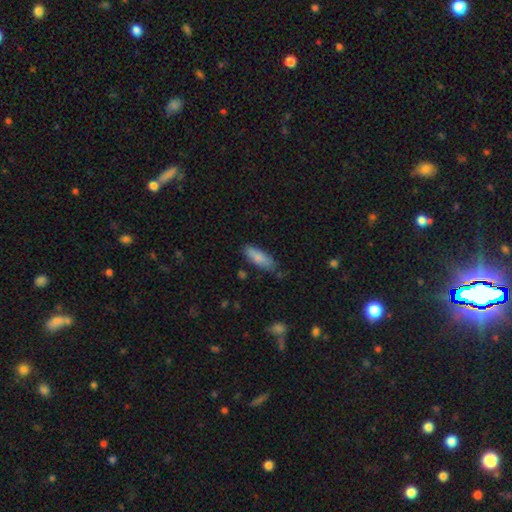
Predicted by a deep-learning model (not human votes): smooth 83%, featured or disk 11%, star or artifact 6%. Down the decision tree: how rounded — in between (56%); merging — none (76%).